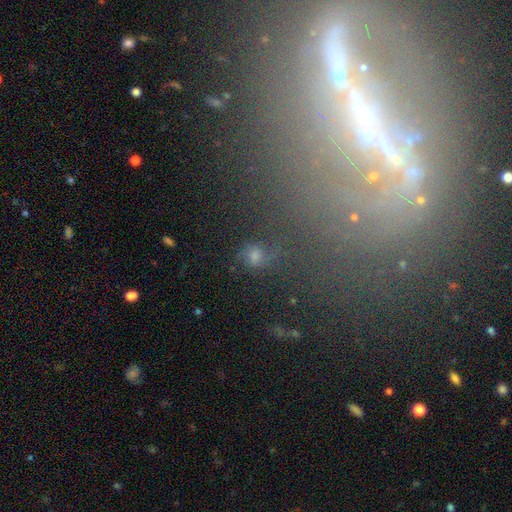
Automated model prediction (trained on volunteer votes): smooth_or_featured: smooth (p=0.47) [alt: star or artifact p=0.30]
merging: none (p=0.60) [alt: minor disturbance p=0.17]